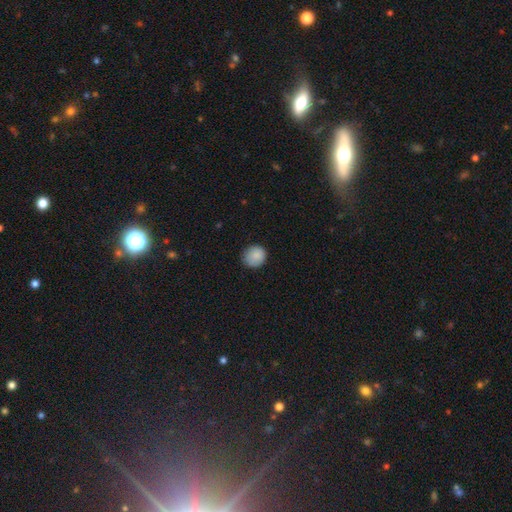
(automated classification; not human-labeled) A smooth galaxy with no disk features (87%) that is round (87%). Merging: none (81%).